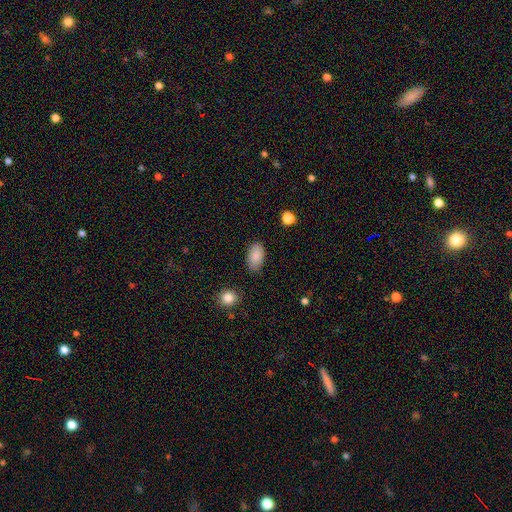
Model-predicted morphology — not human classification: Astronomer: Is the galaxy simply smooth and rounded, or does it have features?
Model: smooth — 88%.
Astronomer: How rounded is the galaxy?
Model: in between — 94%.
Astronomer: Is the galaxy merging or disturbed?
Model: none — 85%.